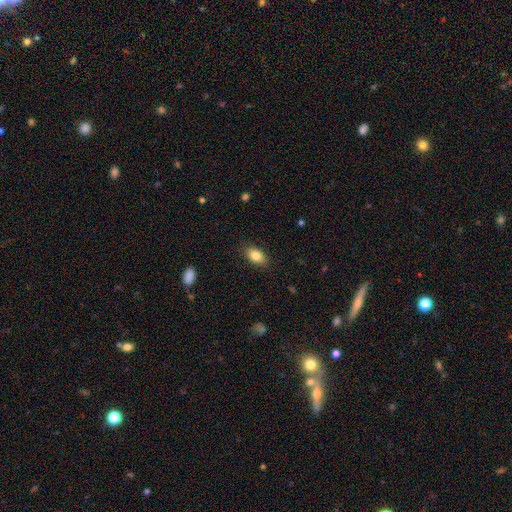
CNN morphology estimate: Overall: smooth (84%). How rounded: in between (89%). Merging: none (86%).